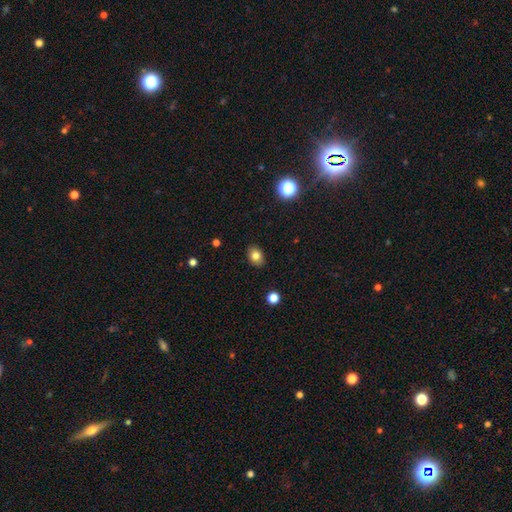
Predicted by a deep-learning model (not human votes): Morphology: type=smooth (81%); roundness=in between (69%); merging=none (88%).